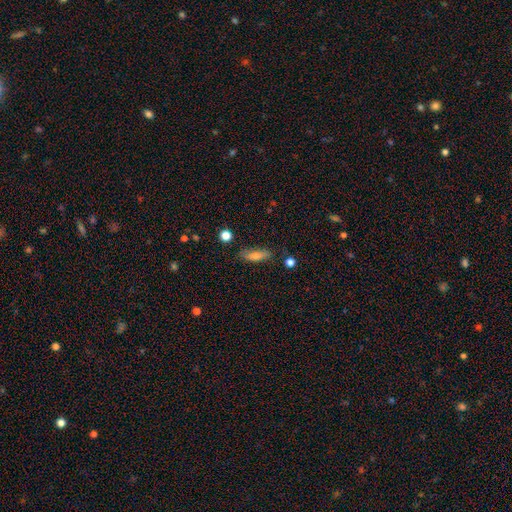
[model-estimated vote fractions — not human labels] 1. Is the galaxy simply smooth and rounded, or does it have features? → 68% smooth, 22% featured or disk, 9% star or artifact.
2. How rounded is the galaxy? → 55% cigar-shaped, 42% in between, 3% round.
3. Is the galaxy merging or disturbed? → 80% none, 15% minor disturbance, 3% major disturbance, 2% merger.